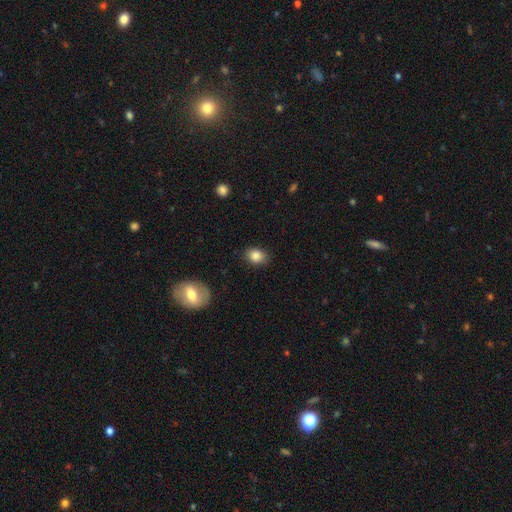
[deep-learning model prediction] Smooth or featured?
  - smooth: 85% *
  - star or artifact: 9%
  - featured or disk: 6%
How rounded?
  - in between: 65% *
  - round: 34%
  - cigar-shaped: 1%
Merging?
  - none: 85% *
  - minor disturbance: 11%
  - major disturbance: 3%
  - merger: 1%